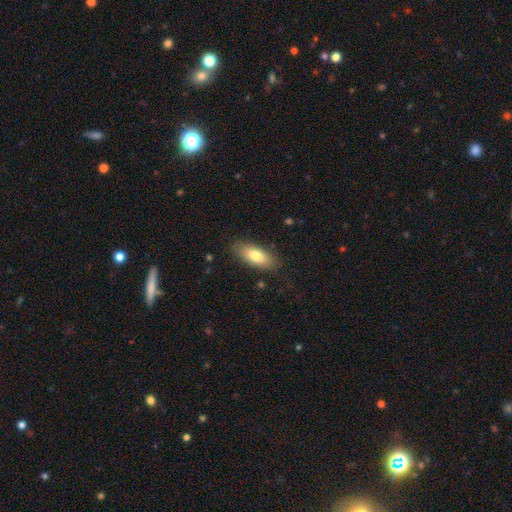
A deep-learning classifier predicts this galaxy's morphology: type=smooth (77%); roundness=in between (84%); merging=none (83%).